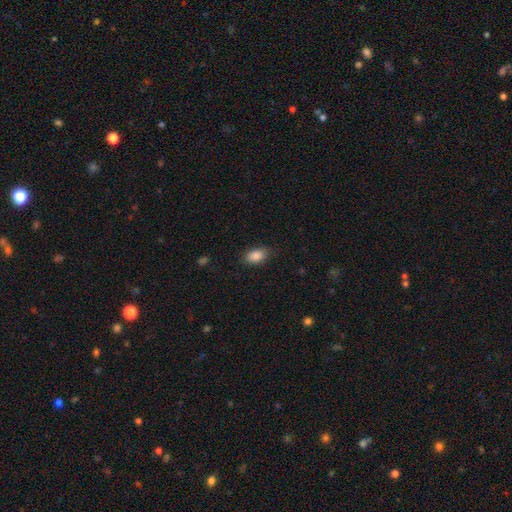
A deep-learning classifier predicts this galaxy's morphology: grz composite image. It shows a smooth galaxy with no disk features (87%) that is in between round and cigar-shaped (87%). Merging: none (82%).